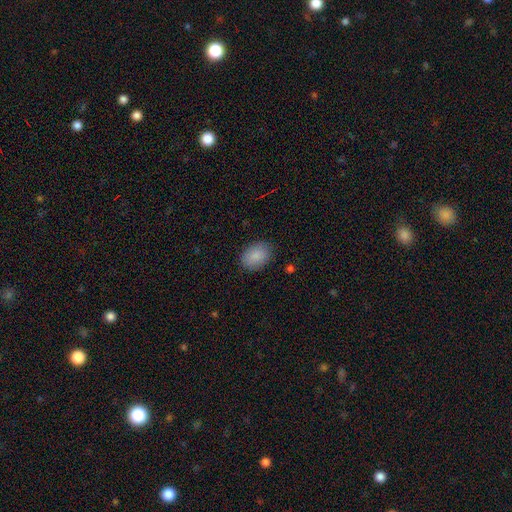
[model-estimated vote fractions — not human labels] The model was most divided on "how rounded": in between: 81%, round: 17%, cigar-shaped: 1%. More confident: smooth or featured — smooth (88%); merging — none (86%).